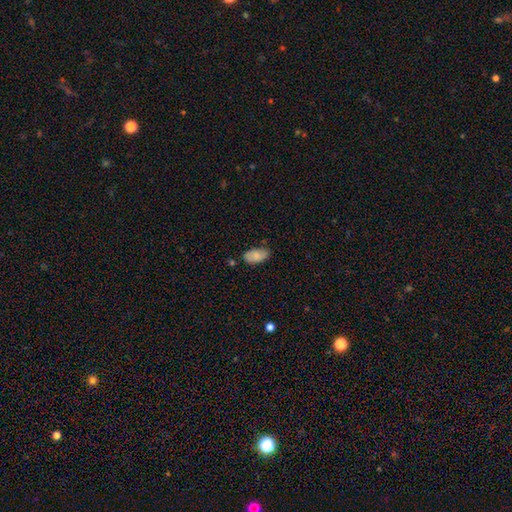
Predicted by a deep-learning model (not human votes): Smooth or featured: smooth — 78% (featured or disk — 15%)
How rounded: in between — 94% (round — 3%)
Merging: none — 73% (minor disturbance — 21%)